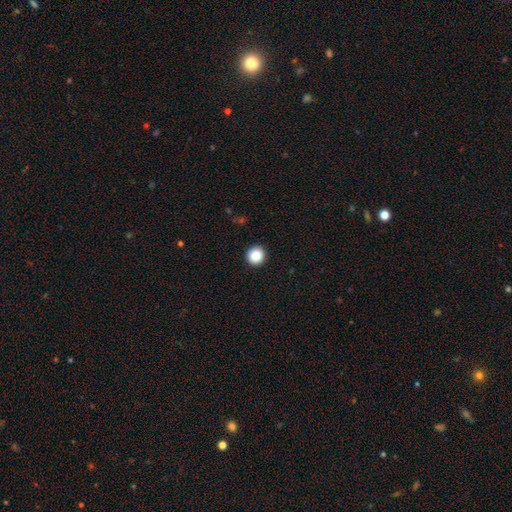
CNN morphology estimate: type=smooth (88%); roundness=round (93%); merging=none (92%).